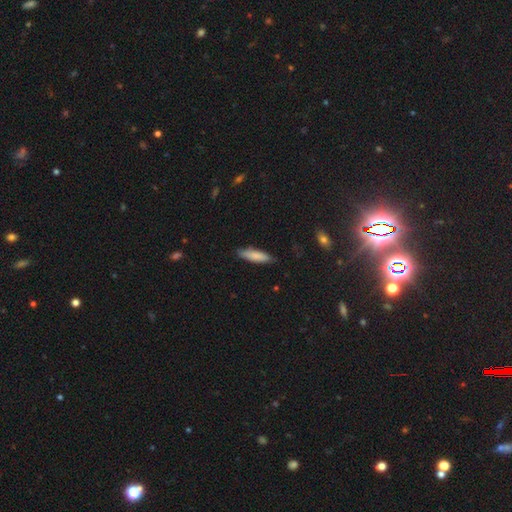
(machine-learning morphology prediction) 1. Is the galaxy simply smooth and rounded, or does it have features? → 82% smooth, 12% featured or disk, 6% star or artifact.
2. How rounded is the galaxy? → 67% cigar-shaped, 32% in between, 1% round.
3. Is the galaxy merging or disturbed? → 83% none, 13% minor disturbance, 2% major disturbance, 1% merger.